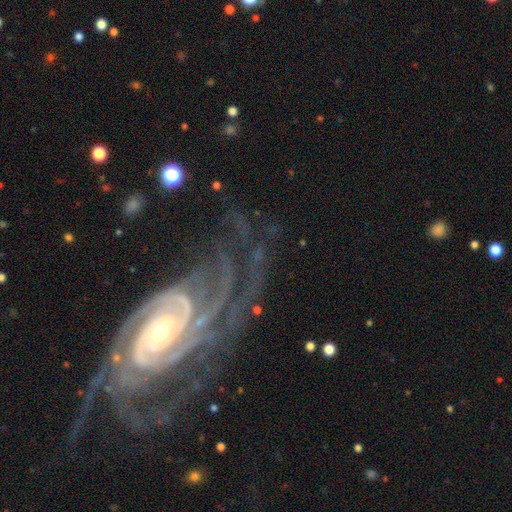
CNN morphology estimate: Q: Smooth or featured?
A: featured or disk (90%); runner-up: star or artifact (6%)
Q: Edge-on disk?
A: no (96%); runner-up: yes (4%)
Q: Bar?
A: no (55%); runner-up: weak (26%)
Q: Spiral arms?
A: yes (98%); runner-up: no (2%)
Q: Spiral winding?
A: tight (75%); runner-up: medium (21%)
Q: Spiral arm count?
A: 4 (22%); runner-up: can't tell (18%)
Q: Bulge size?
A: small (64%); runner-up: moderate (31%)
Q: Merging?
A: none (71%); runner-up: minor disturbance (16%)